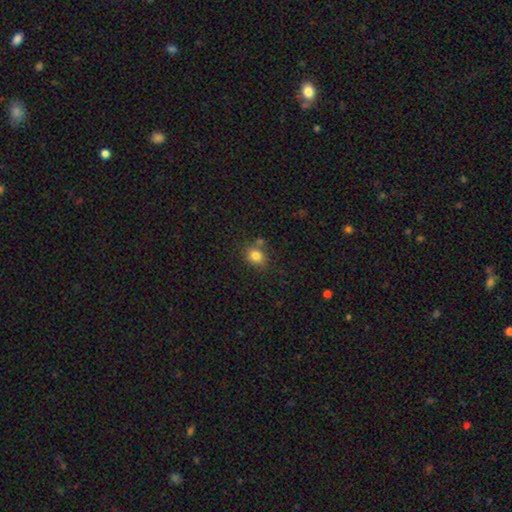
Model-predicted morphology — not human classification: A smooth galaxy with no disk features (82%) that is round (59%).

Vote fractions:
- Smooth or featured? smooth: 82% / star or artifact: 11% / featured or disk: 7%
- How rounded? round: 59% / in between: 40% / cigar-shaped: 1%
- Merging? none: 66% / minor disturbance: 16% / merger: 14% / major disturbance: 4%